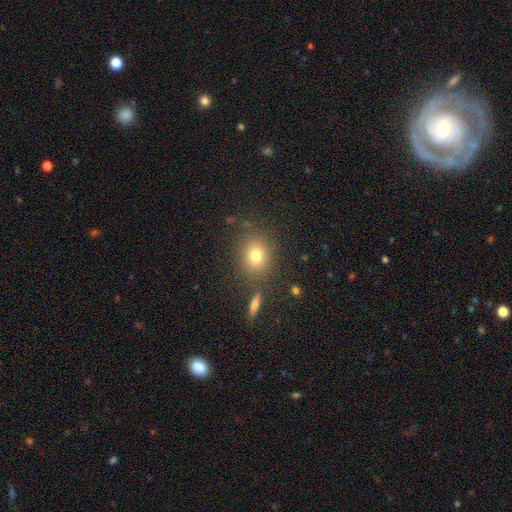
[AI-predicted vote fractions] Overall: smooth (77%). How rounded: round (68%; in between 31%). Merging: none (81%).